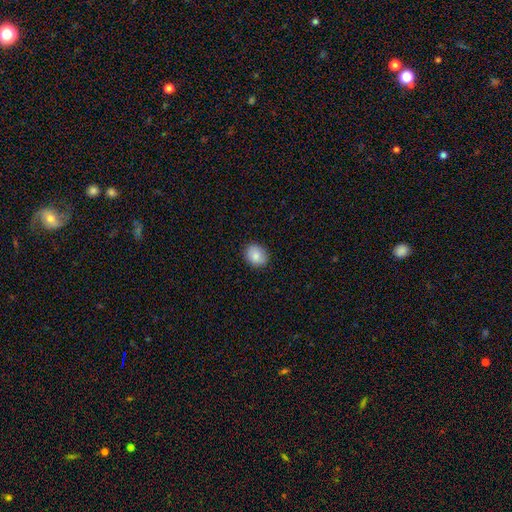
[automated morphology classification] Smooth or featured?
  - smooth: 83% *
  - featured or disk: 9%
  - star or artifact: 8%
How rounded?
  - in between: 51% *
  - round: 48%
  - cigar-shaped: 1%
Merging?
  - none: 87% *
  - minor disturbance: 10%
  - major disturbance: 2%
  - merger: 1%